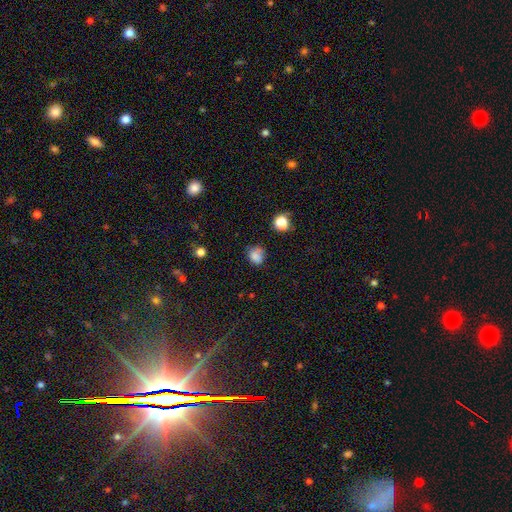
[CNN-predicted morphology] Smooth or featured? smooth (80%)
How rounded? round (61%)
Merging? none (61%)